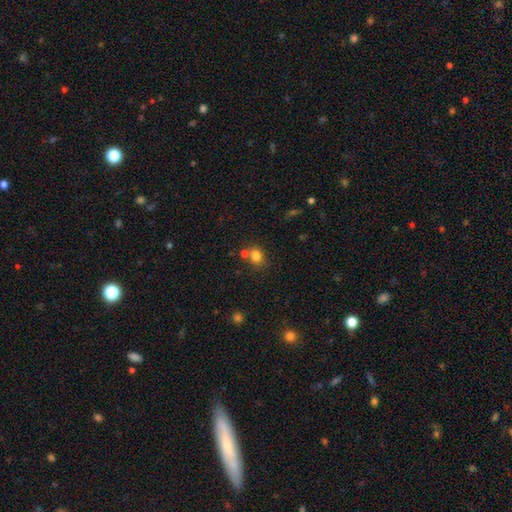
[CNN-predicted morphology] The model was most divided on "how rounded": round: 62%, in between: 37%, cigar-shaped: 1%. More confident: smooth or featured — smooth (81%); merging — none (60%).